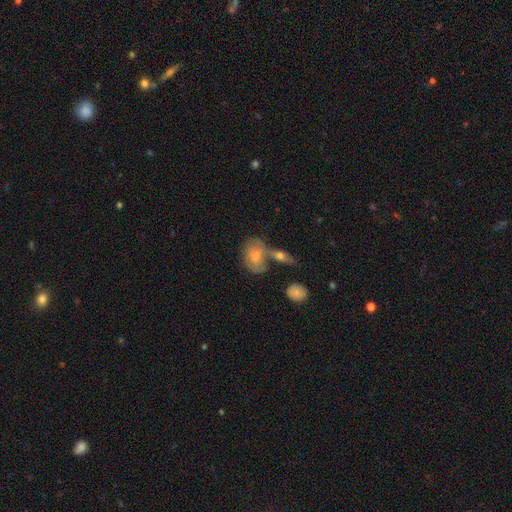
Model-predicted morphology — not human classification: Overall: smooth (62%; featured or disk 31%). How rounded: in between (81%). Merging: merger (43%; none 31%).